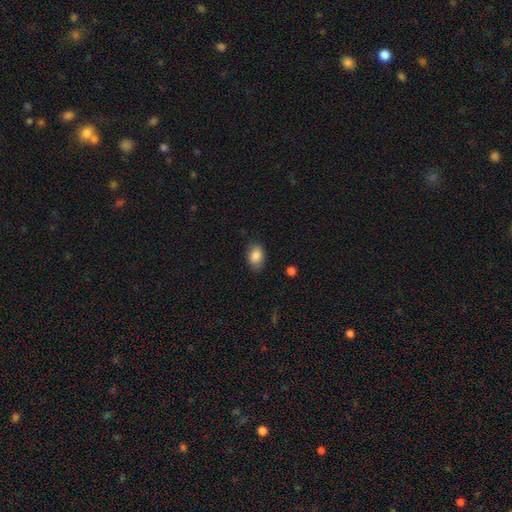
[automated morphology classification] Overall: smooth (86%). How rounded: in between (85%). Merging: none (80%).